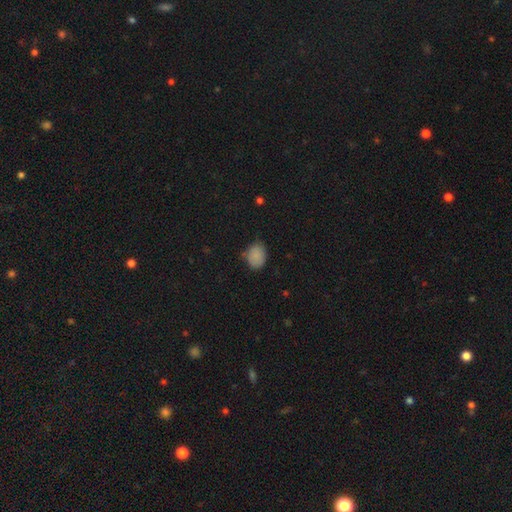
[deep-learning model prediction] Smooth or featured: smooth — 86% (star or artifact — 9%)
How rounded: in between — 54% (round — 45%)
Merging: none — 70% (minor disturbance — 24%)